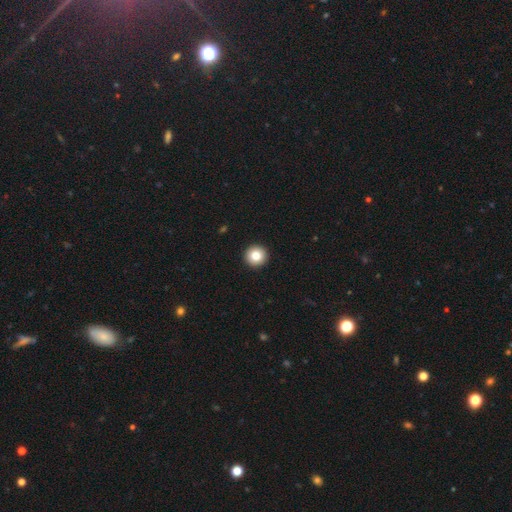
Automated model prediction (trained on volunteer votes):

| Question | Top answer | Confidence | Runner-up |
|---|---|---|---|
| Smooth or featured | smooth | 82% | star or artifact (10%) |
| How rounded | round | 96% | in between (3%) |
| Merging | none | 94% | minor disturbance (4%) |